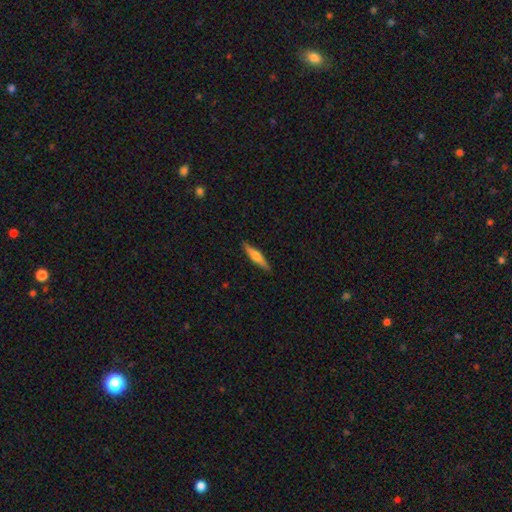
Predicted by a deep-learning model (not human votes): Overall: featured or disk (51%; smooth 44%). Edge-on disk: yes (96%). Merging: none (90%).